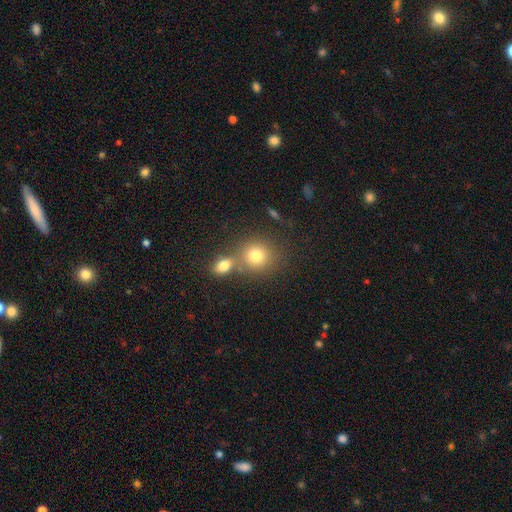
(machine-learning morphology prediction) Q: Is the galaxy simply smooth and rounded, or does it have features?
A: smooth — 78%.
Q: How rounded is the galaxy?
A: round — 85%.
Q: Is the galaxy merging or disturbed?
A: none — 57%.